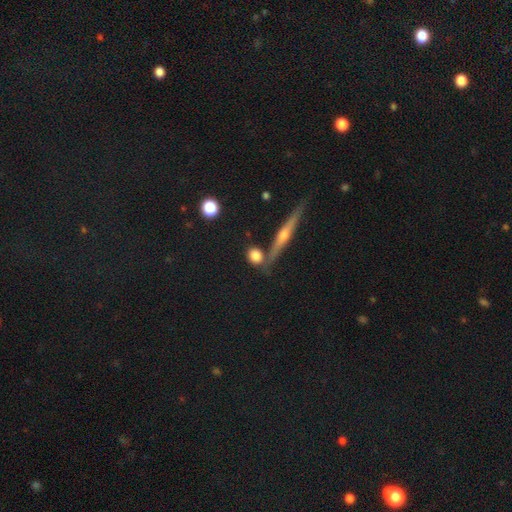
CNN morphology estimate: type=smooth (77%); roundness=round (62%); merging=none (71%).